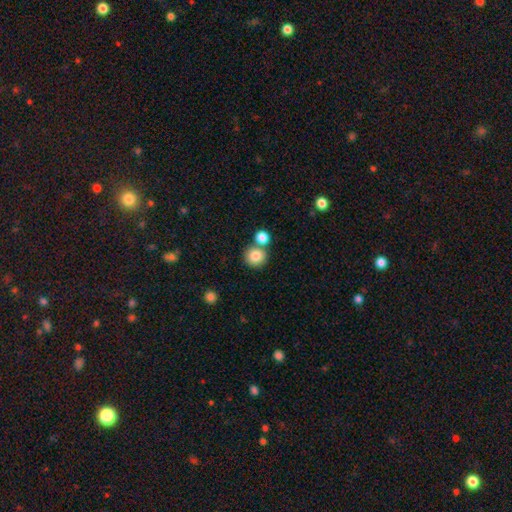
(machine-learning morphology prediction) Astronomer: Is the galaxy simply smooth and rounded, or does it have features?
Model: smooth — 83%.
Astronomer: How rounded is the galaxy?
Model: round — 91%.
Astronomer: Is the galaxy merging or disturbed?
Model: none — 66%.